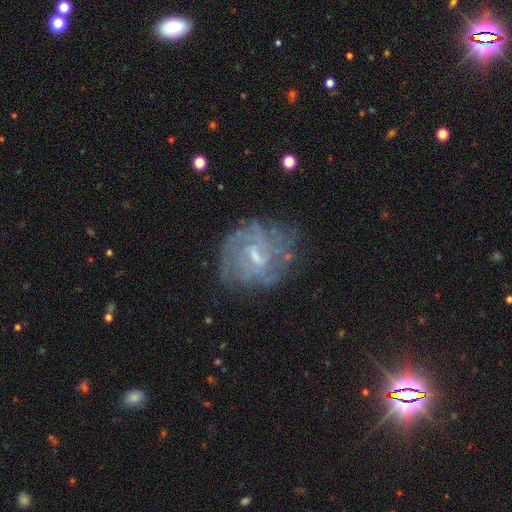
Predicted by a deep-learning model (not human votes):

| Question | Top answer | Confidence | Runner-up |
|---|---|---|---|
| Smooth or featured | featured or disk | 76% | smooth (15%) |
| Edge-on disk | no | 97% | yes (3%) |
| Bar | weak | 61% | no (20%) |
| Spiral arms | yes | 76% | no (24%) |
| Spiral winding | tight | 56% | medium (32%) |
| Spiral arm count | can't tell | 58% | 2 (13%) |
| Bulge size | small | 44% | moderate (35%) |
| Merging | none | 65% | minor disturbance (20%) |